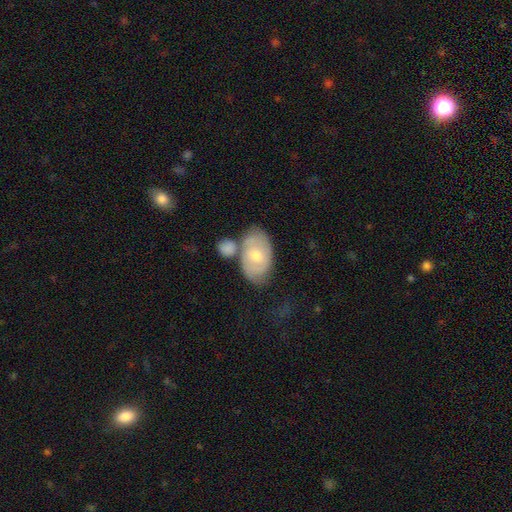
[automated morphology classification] Smooth or featured? Predicted: featured or disk (p=0.49). Merging? Predicted: none (p=0.51).